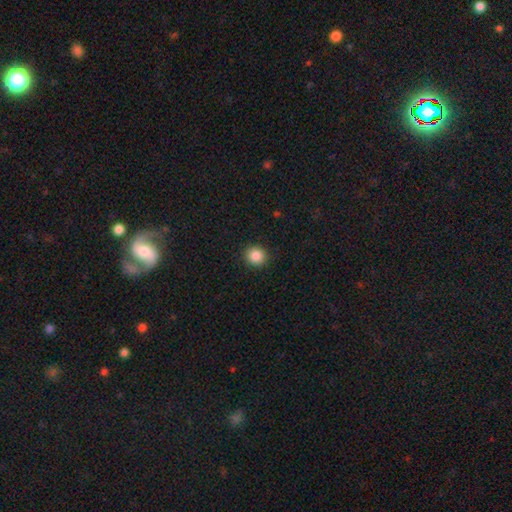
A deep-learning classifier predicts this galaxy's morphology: smooth_or_featured: smooth (p=0.87) [alt: star or artifact p=0.10]
how_rounded: round (p=0.90) [alt: in between p=0.09]
merging: none (p=0.92) [alt: minor disturbance p=0.05]